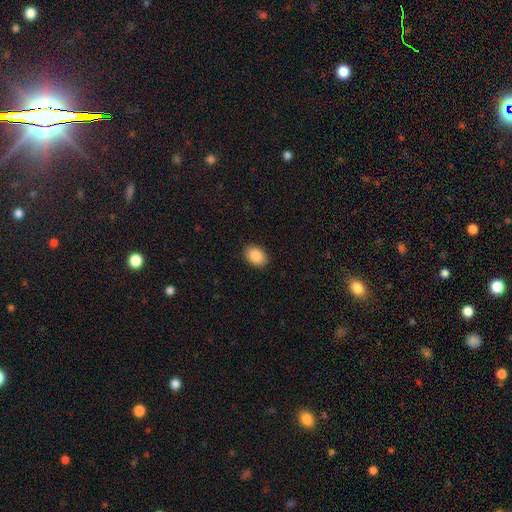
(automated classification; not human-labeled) smooth-or-featured: smooth: 88% | star or artifact: 7% | featured or disk: 4%
  how-rounded: in between: 83% | round: 16% | cigar-shaped: 1%
  merging: none: 90% | minor disturbance: 7% | major disturbance: 2% | merger: 1%